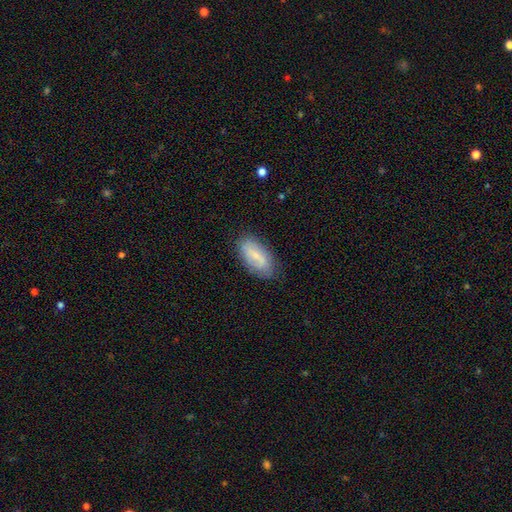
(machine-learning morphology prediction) Overall: smooth (55%; featured or disk 37%). How rounded: in between (90%). Merging: none (80%).